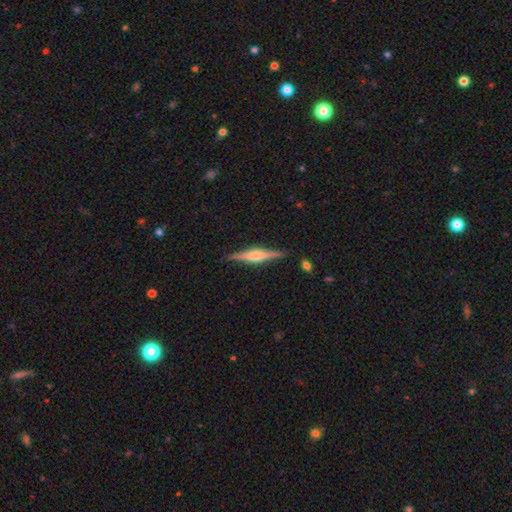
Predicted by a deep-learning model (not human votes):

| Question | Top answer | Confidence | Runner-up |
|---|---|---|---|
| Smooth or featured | featured or disk | 73% | smooth (21%) |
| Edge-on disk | yes | 98% | no (2%) |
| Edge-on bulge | rounded | 76% | boxy (18%) |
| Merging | none | 88% | minor disturbance (8%) |